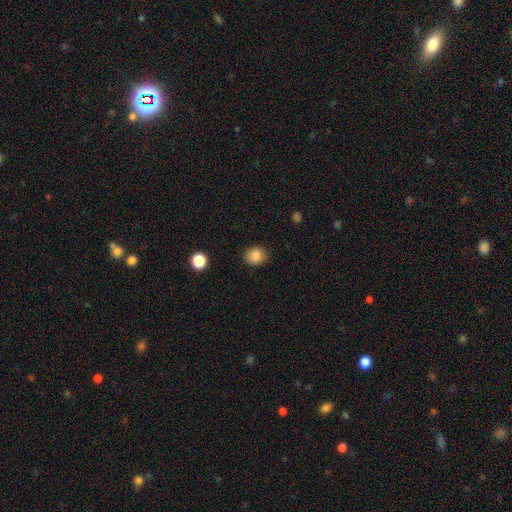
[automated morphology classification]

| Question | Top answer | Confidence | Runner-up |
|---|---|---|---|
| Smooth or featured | smooth | 84% | star or artifact (10%) |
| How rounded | round | 74% | in between (25%) |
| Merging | none | 88% | minor disturbance (8%) |